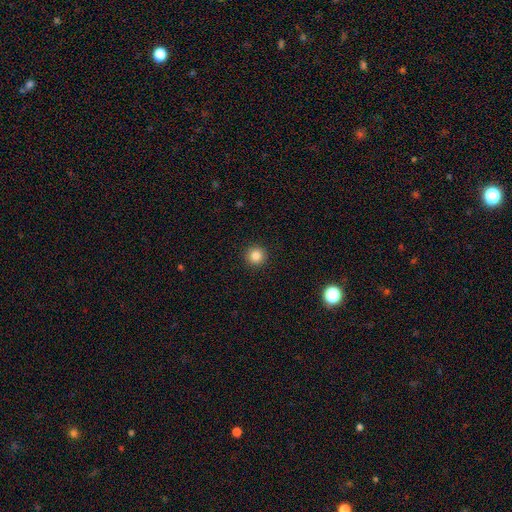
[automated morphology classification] The model was most divided on "smooth or featured": smooth: 85%, star or artifact: 11%, featured or disk: 4%. More confident: how rounded — round (96%); merging — none (93%).